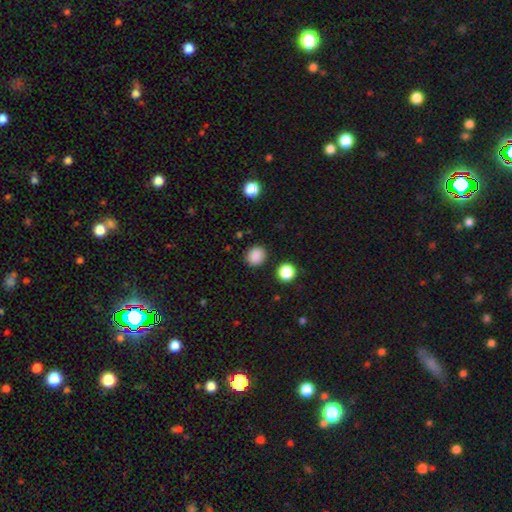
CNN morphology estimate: Q: Smooth or featured?
A: smooth (87%); runner-up: star or artifact (10%)
Q: How rounded?
A: round (74%); runner-up: in between (25%)
Q: Merging?
A: none (88%); runner-up: minor disturbance (8%)